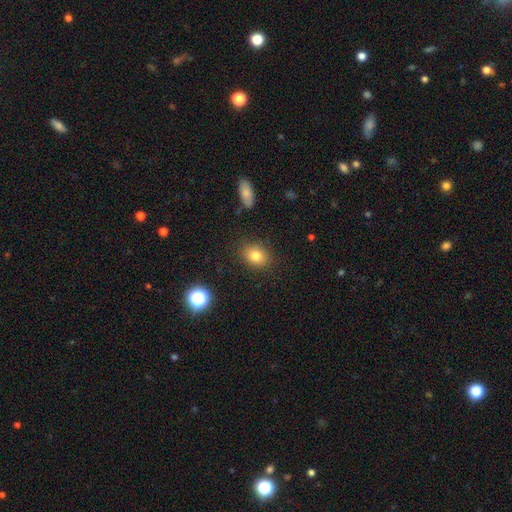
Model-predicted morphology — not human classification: Smooth or featured?
  - smooth: 80% *
  - star or artifact: 12%
  - featured or disk: 9%
How rounded?
  - in between: 53% *
  - round: 46%
  - cigar-shaped: 1%
Merging?
  - none: 85% *
  - minor disturbance: 10%
  - major disturbance: 3%
  - merger: 2%